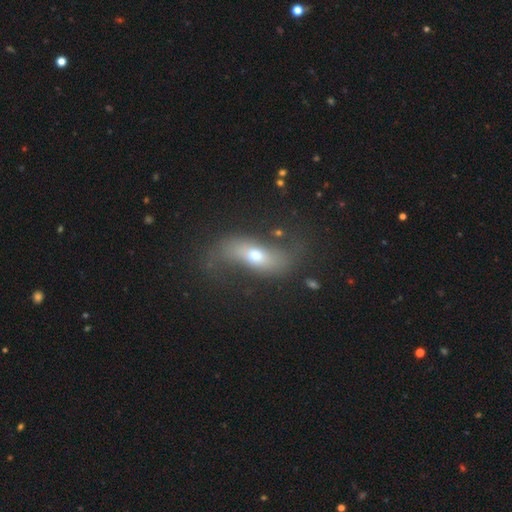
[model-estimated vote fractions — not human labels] smooth-or-featured: featured or disk: 60% | smooth: 31% | star or artifact: 9%
  disk-edge-on: no: 83% | yes: 17%
  merging: none: 57% | minor disturbance: 20% | major disturbance: 19% | merger: 4%